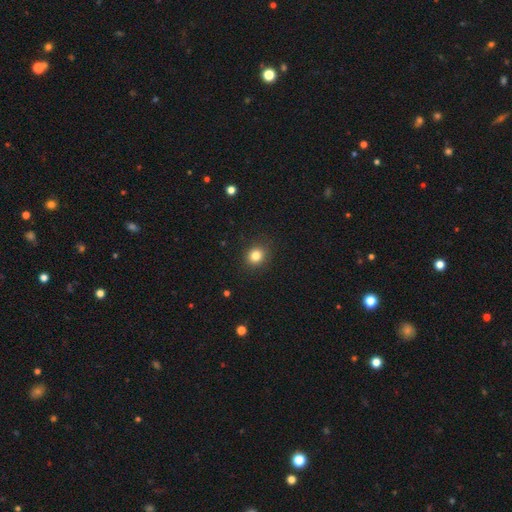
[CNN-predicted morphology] type=smooth (82%); roundness=round (82%); merging=none (89%).